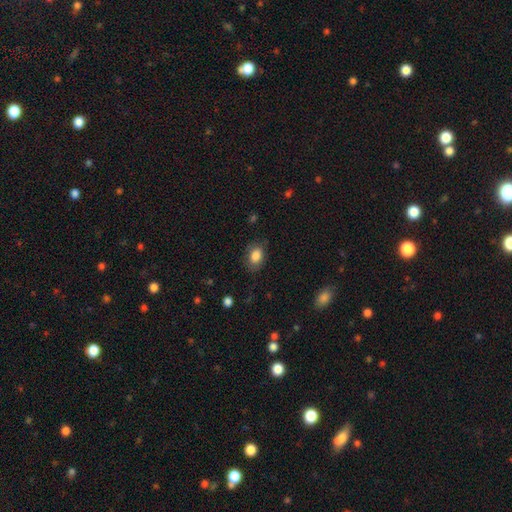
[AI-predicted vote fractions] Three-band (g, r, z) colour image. It shows a smooth galaxy with no disk features (84%) that is in between round and cigar-shaped (81%). Merging: none (76%).